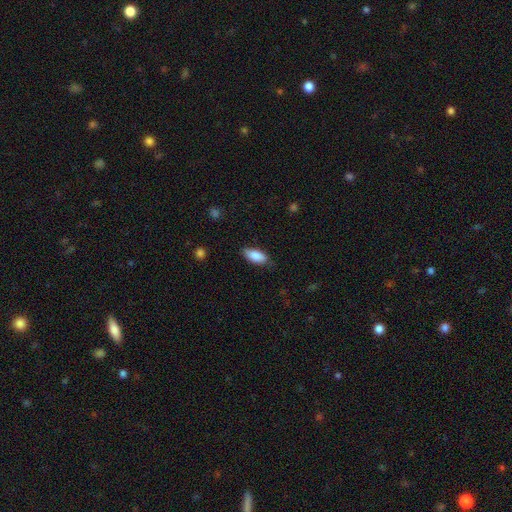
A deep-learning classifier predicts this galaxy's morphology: smooth 87%, featured or disk 7%, star or artifact 6%. Down the decision tree: how rounded — in between (88%); merging — none (79%).